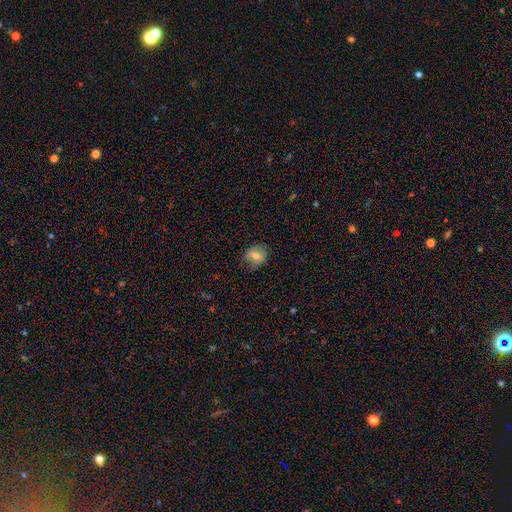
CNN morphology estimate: The model was most divided on "how rounded": round: 63%, in between: 35%, cigar-shaped: 1%. More confident: merging — none (78%); smooth or featured — smooth (69%).